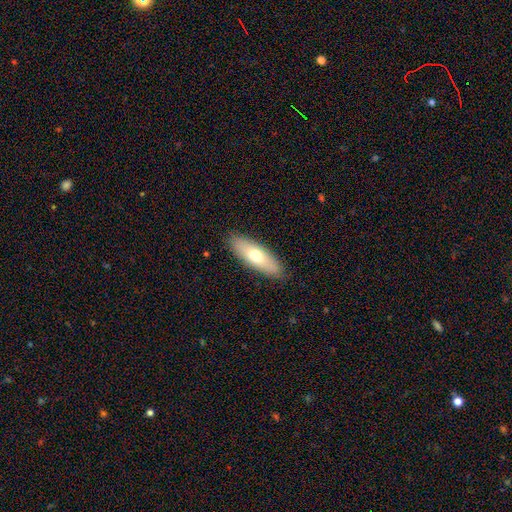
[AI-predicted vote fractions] Q: Smooth or featured?
A: smooth (66%); runner-up: featured or disk (27%)
Q: How rounded?
A: in between (58%); runner-up: cigar-shaped (40%)
Q: Merging?
A: none (88%); runner-up: minor disturbance (9%)